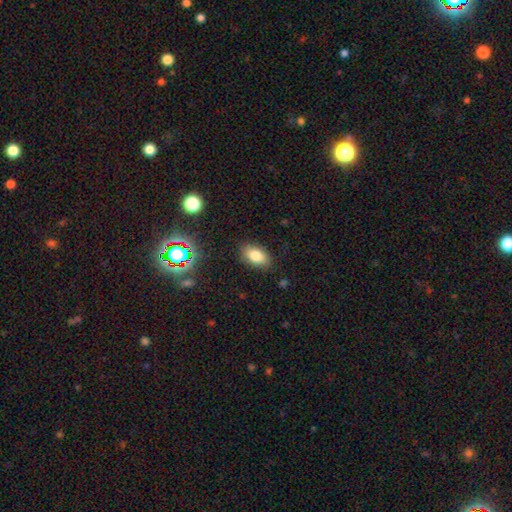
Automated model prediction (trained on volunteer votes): smooth 81%, star or artifact 10%, featured or disk 9%. Down the decision tree: how rounded — in between (91%); merging — none (85%).